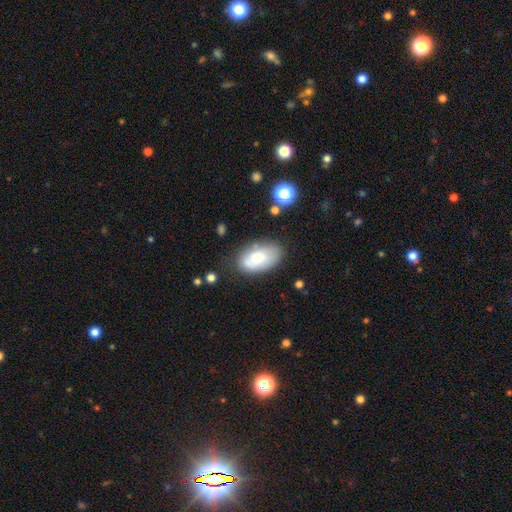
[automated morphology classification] A smooth galaxy with no disk features (72%) that is in between round and cigar-shaped (93%). Merging: none (65%).